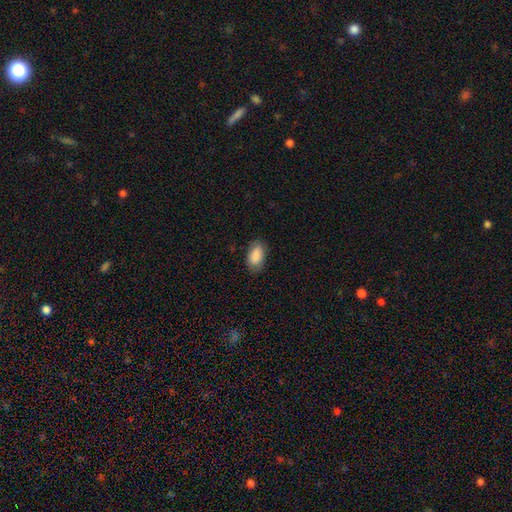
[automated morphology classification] Smooth or featured: smooth — 89% (star or artifact — 6%)
How rounded: in between — 93% (round — 4%)
Merging: none — 79% (minor disturbance — 16%)